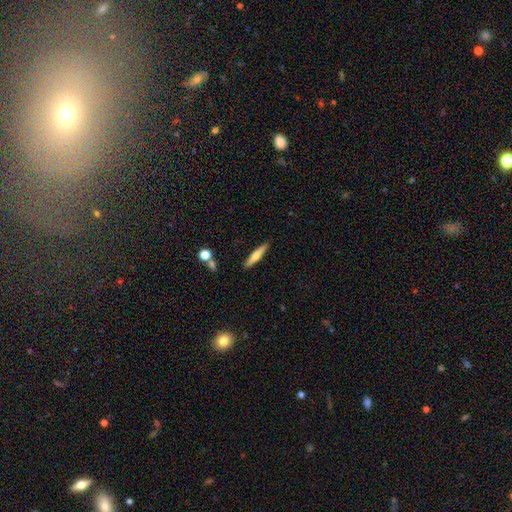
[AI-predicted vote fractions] Smooth or featured?
  - featured or disk: 50% *
  - smooth: 44%
  - star or artifact: 6%
Edge-on disk?
  - yes: 95% *
  - no: 5%
Merging?
  - none: 89% *
  - minor disturbance: 7%
  - merger: 2%
  - major disturbance: 2%